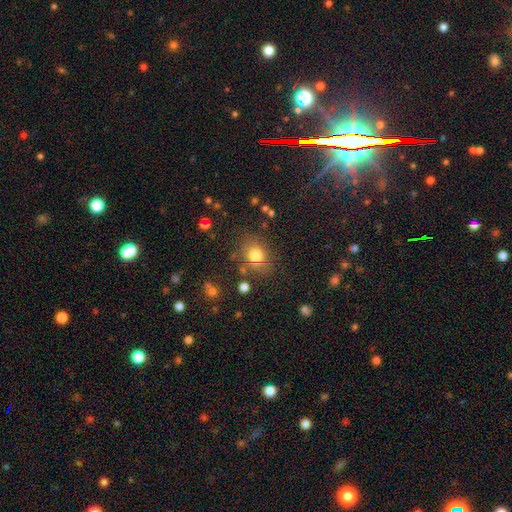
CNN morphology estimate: A smooth galaxy with no disk features (77%) that is round (63%).

Vote fractions:
- Smooth or featured? smooth: 77% / star or artifact: 15% / featured or disk: 8%
- How rounded? round: 63% / in between: 36% / cigar-shaped: 1%
- Merging? none: 76% / minor disturbance: 14% / major disturbance: 5% / merger: 5%